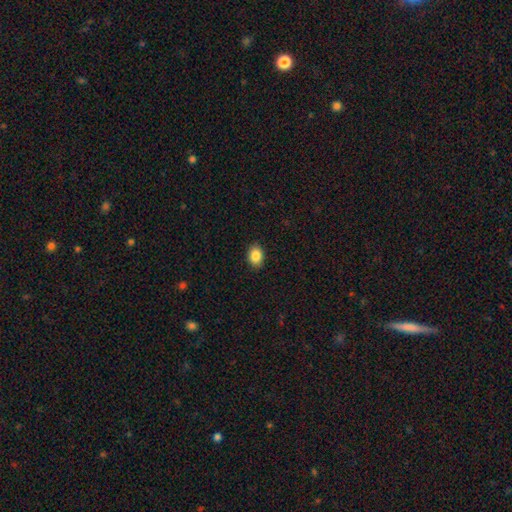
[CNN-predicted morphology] Smooth or featured? Predicted: smooth (p=0.87). How rounded? Predicted: in between (p=0.70). Merging? Predicted: none (p=0.89).